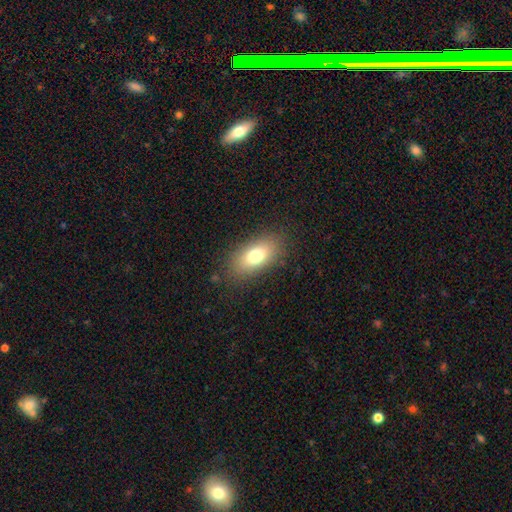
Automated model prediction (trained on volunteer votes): This appears to be a smooth galaxy with no disk features (75%) that is in between round and cigar-shaped (87%). Merging: none (84%).